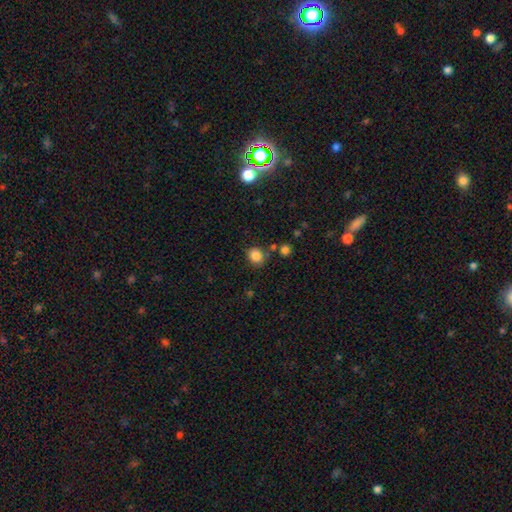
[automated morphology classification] smooth_or_featured: smooth (p=0.84) [alt: star or artifact p=0.11]
how_rounded: round (p=0.63) [alt: in between p=0.36]
merging: none (p=0.76) [alt: minor disturbance p=0.13]